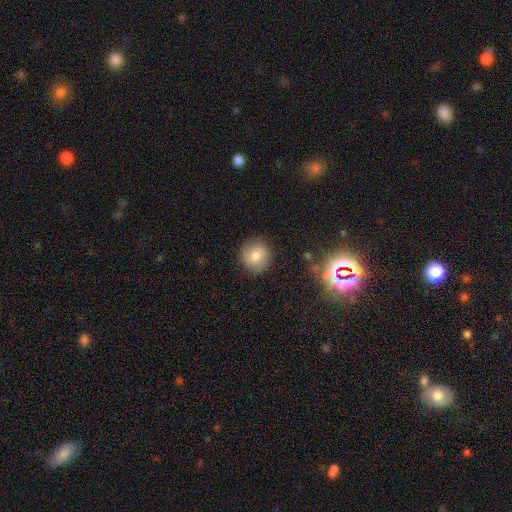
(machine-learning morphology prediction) The model was most divided on "smooth or featured": smooth: 77%, featured or disk: 12%, star or artifact: 10%. More confident: how rounded — round (92%); merging — none (86%).